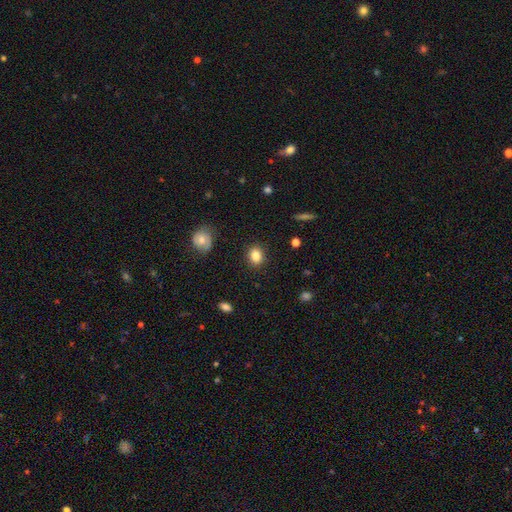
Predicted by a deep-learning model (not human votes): smooth-or-featured: smooth: 84% | star or artifact: 9% | featured or disk: 7%
  how-rounded: round: 55% | in between: 44% | cigar-shaped: 1%
  merging: none: 88% | minor disturbance: 8% | major disturbance: 2% | merger: 1%